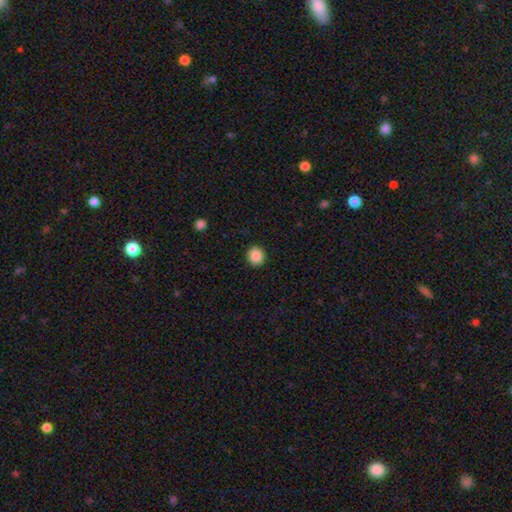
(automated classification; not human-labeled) Overall: smooth (88%). How rounded: round (84%). Merging: none (91%).